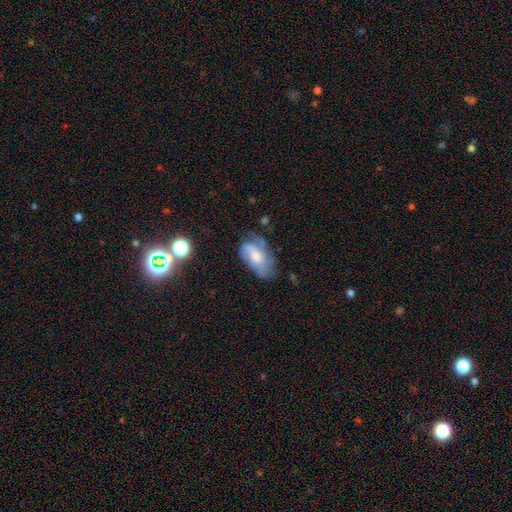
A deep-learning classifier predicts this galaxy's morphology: Q: Smooth or featured?
A: featured or disk (51%); runner-up: smooth (40%)
Q: Edge-on disk?
A: no (95%); runner-up: yes (5%)
Q: Merging?
A: none (48%); runner-up: minor disturbance (30%)